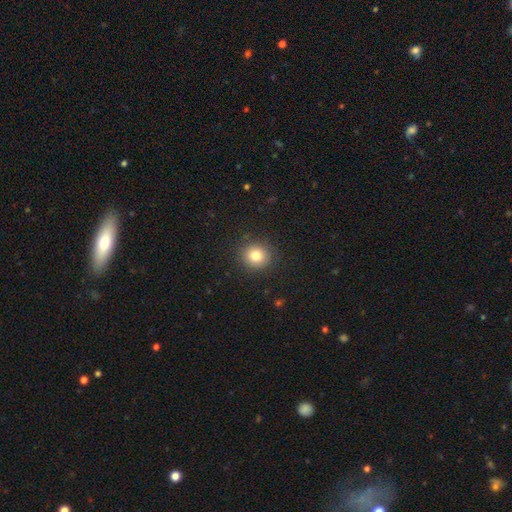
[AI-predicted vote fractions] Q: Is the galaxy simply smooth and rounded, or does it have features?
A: smooth — 82%.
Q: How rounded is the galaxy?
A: round — 86%.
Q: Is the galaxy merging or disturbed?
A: none — 89%.